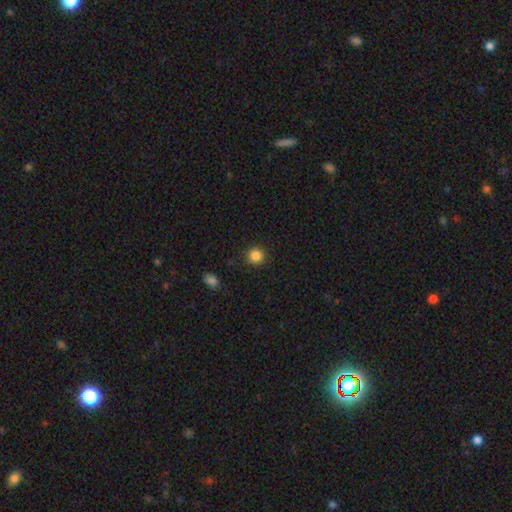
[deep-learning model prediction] smooth 86%, star or artifact 11%, featured or disk 3%. Down the decision tree: how rounded — round (92%); merging — none (90%).